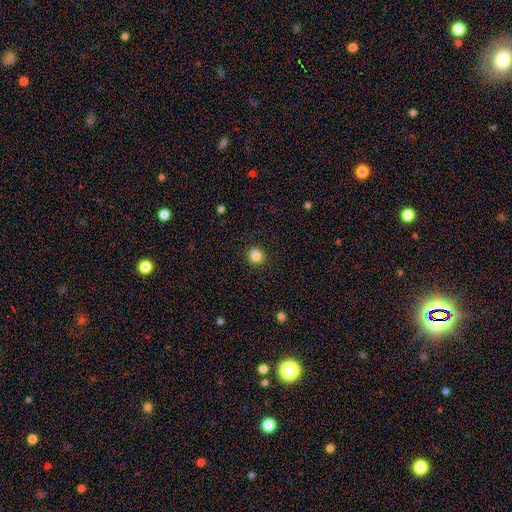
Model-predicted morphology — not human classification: type=smooth (84%); roundness=round (82%); merging=none (88%).